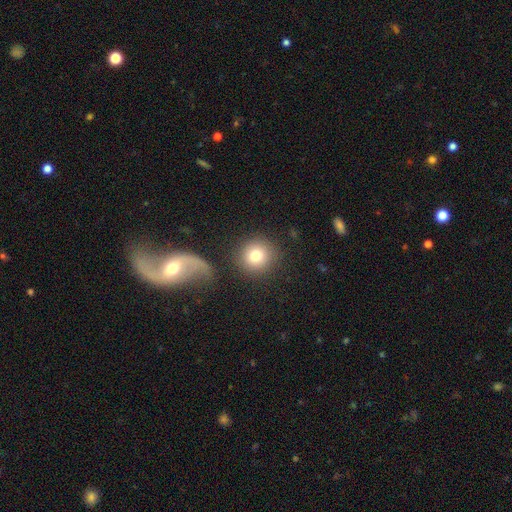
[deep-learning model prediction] Overall: smooth (78%). How rounded: round (92%). Merging: none (82%).